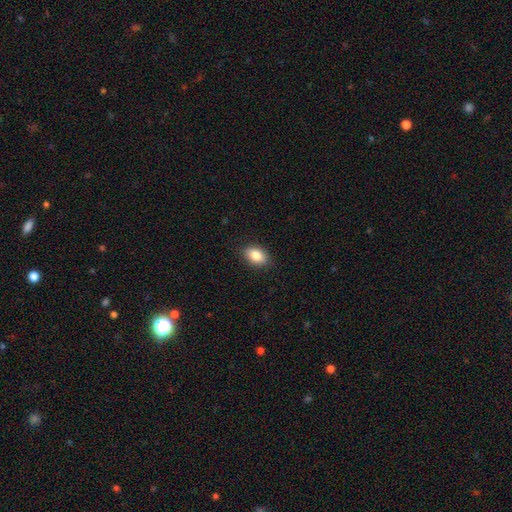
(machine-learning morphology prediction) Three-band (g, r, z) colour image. It shows a smooth galaxy with no disk features (83%) that is in between round and cigar-shaped (85%). Merging: none (88%).